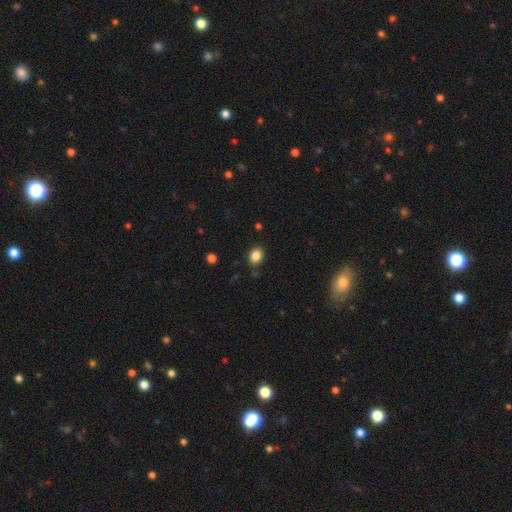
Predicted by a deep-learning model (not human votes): Morphology: type=smooth (85%); roundness=in between (54%); merging=none (85%).